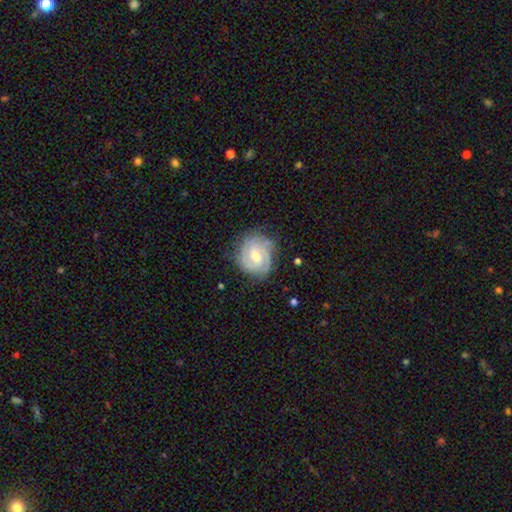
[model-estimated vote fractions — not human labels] Smooth or featured? Predicted: featured or disk (p=0.79). Edge-on disk? Predicted: no (p=0.98). Bar? Predicted: no (p=0.48). Spiral arms? Predicted: yes (p=0.94). Spiral winding? Predicted: tight (p=0.62). Spiral arm count? Predicted: 2 (p=0.32). Bulge size? Predicted: moderate (p=0.55). Merging? Predicted: none (p=0.72).